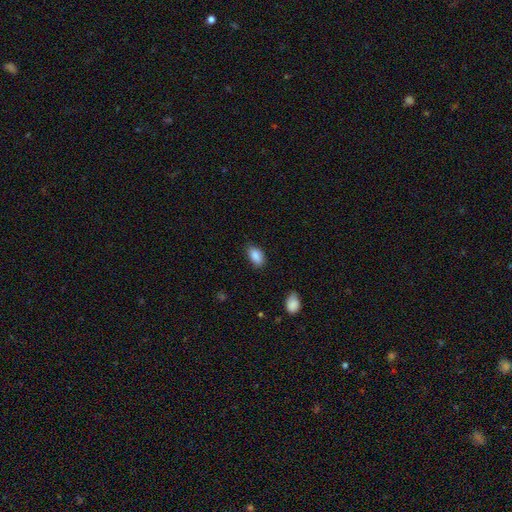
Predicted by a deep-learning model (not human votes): Overall: smooth (88%). How rounded: in between (92%). Merging: none (79%).